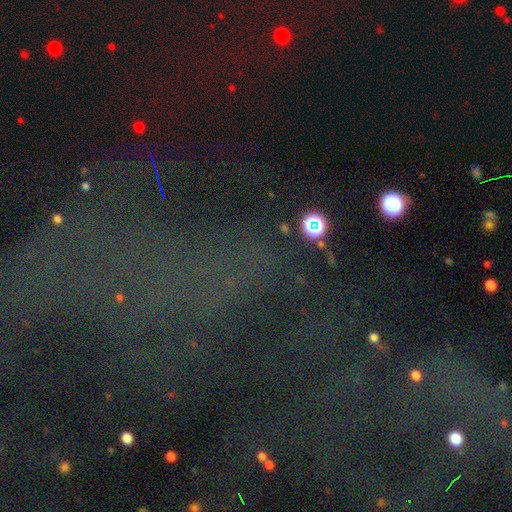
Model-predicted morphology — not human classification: Smooth or featured? star or artifact (72%)